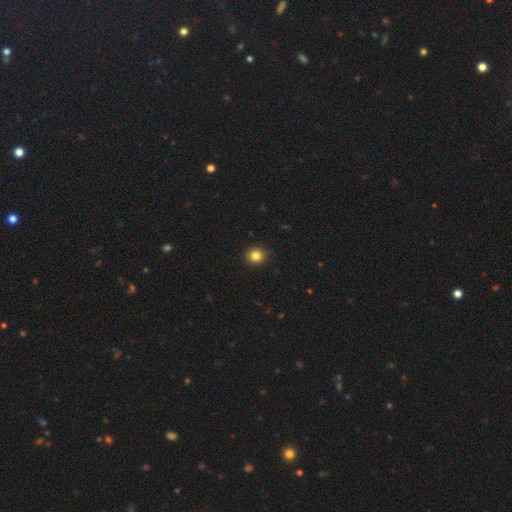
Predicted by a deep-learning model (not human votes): A smooth galaxy with no disk features (84%) that is round (88%). Merging: none (90%).